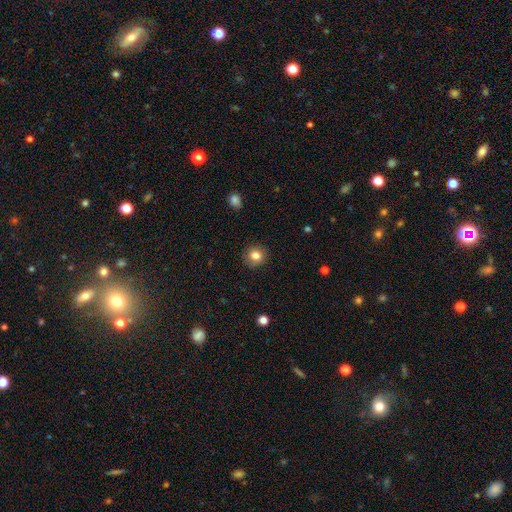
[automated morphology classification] type=smooth (82%); roundness=round (87%); merging=none (89%).